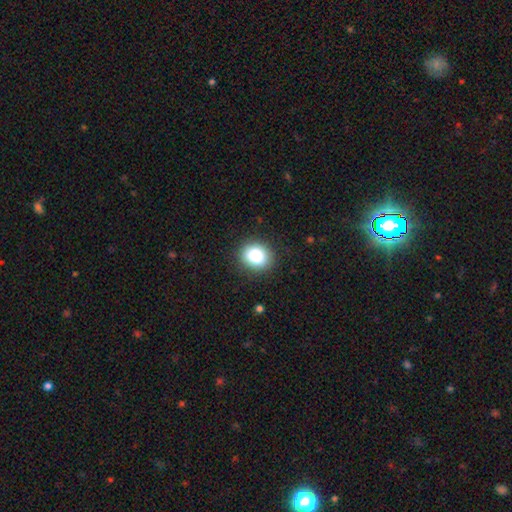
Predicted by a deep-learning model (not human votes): A smooth galaxy with no disk features (86%) that is round (61%).

Vote fractions:
- Smooth or featured? smooth: 86% / star or artifact: 9% / featured or disk: 5%
- How rounded? round: 61% / in between: 38% / cigar-shaped: 1%
- Merging? none: 88% / minor disturbance: 8% / major disturbance: 3% / merger: 1%